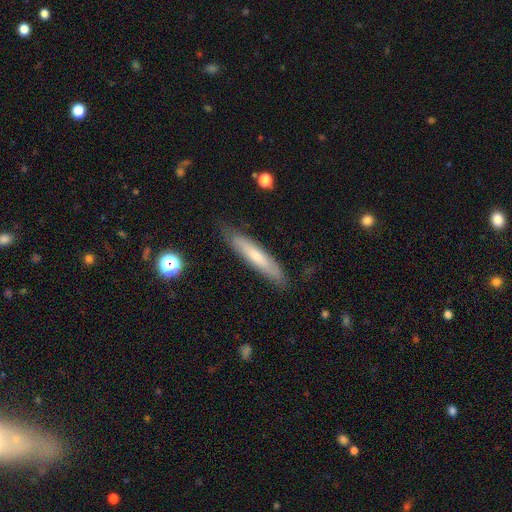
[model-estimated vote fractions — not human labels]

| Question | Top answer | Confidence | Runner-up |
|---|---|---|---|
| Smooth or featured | smooth | 57% | featured or disk (36%) |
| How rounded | cigar-shaped | 86% | in between (13%) |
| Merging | none | 81% | minor disturbance (15%) |